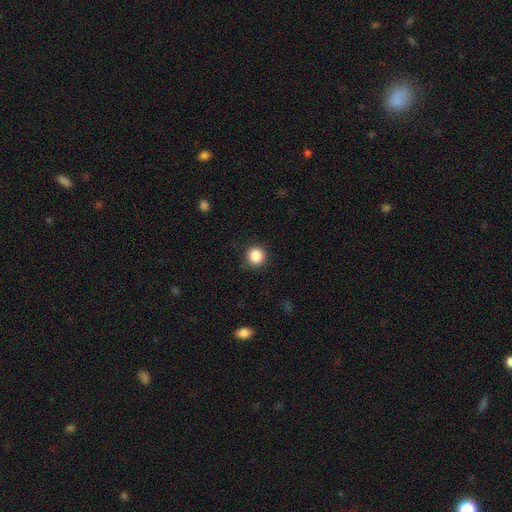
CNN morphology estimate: The model was most divided on "smooth or featured": smooth: 87%, star or artifact: 10%, featured or disk: 3%. More confident: how rounded — round (94%); merging — none (91%).